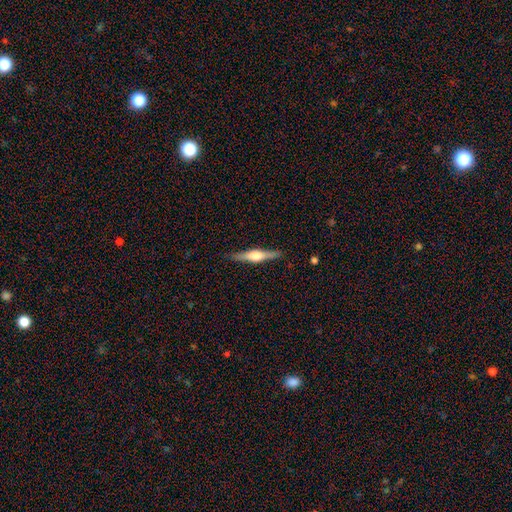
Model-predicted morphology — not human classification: Smooth or featured?
  - featured or disk: 71% *
  - smooth: 24%
  - star or artifact: 5%
Edge-on disk?
  - yes: 98% *
  - no: 2%
Edge-on bulge?
  - rounded: 88% *
  - boxy: 9%
  - none: 3%
Merging?
  - none: 90% *
  - minor disturbance: 7%
  - major disturbance: 2%
  - merger: 1%